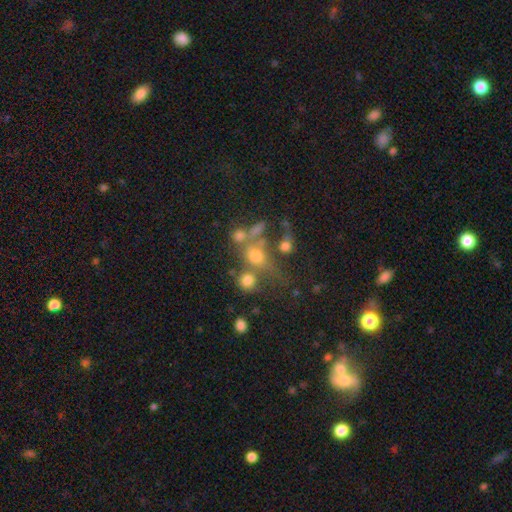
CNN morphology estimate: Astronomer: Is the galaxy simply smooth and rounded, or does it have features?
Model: smooth — 54%.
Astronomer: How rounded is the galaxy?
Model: round — 65%.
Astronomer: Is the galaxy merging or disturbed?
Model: none — 37%, tied with merger at 37%.